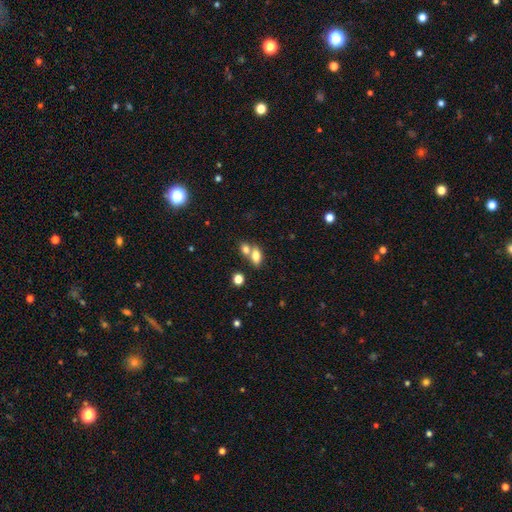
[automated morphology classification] Smooth or featured?
  - smooth: 75% *
  - featured or disk: 15%
  - star or artifact: 10%
How rounded?
  - in between: 82% *
  - round: 11%
  - cigar-shaped: 7%
Merging?
  - merger: 47% *
  - none: 40%
  - minor disturbance: 9%
  - major disturbance: 4%